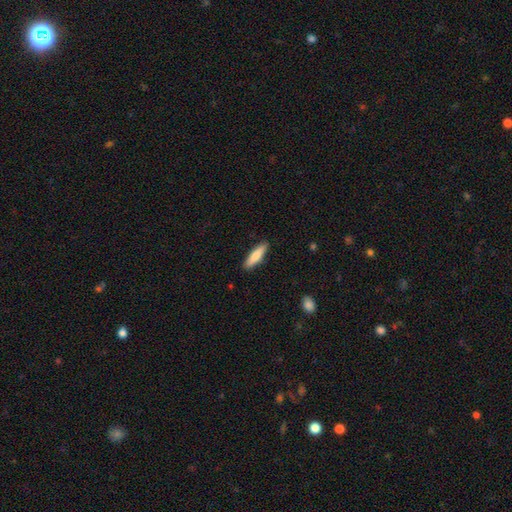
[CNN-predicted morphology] This appears to be a smooth galaxy with no disk features (77%) that is cigar-shaped (71%). Merging: none (89%).